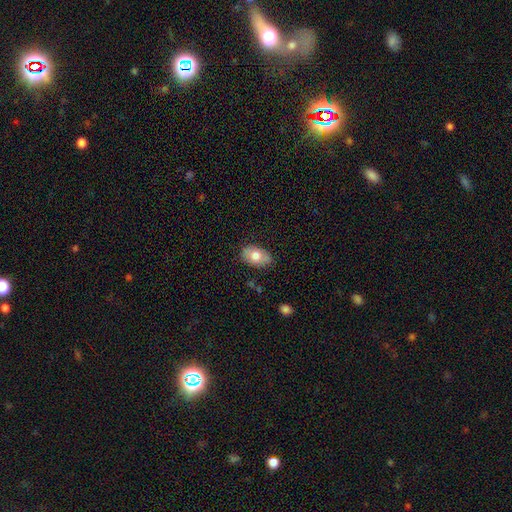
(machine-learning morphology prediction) The model was most divided on "smooth or featured": smooth: 74%, featured or disk: 19%, star or artifact: 7%. More confident: how rounded — in between (89%); merging — none (81%).